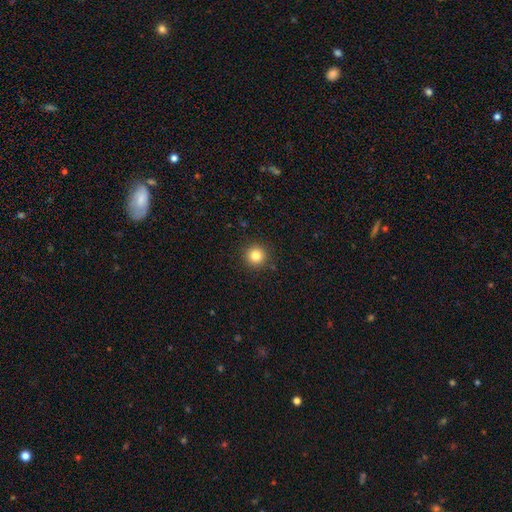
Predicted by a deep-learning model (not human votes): Smooth or featured?
  - smooth: 83% *
  - star or artifact: 12%
  - featured or disk: 6%
How rounded?
  - round: 96% *
  - in between: 3%
  - cigar-shaped: 1%
Merging?
  - none: 92% *
  - minor disturbance: 5%
  - major disturbance: 2%
  - merger: 1%